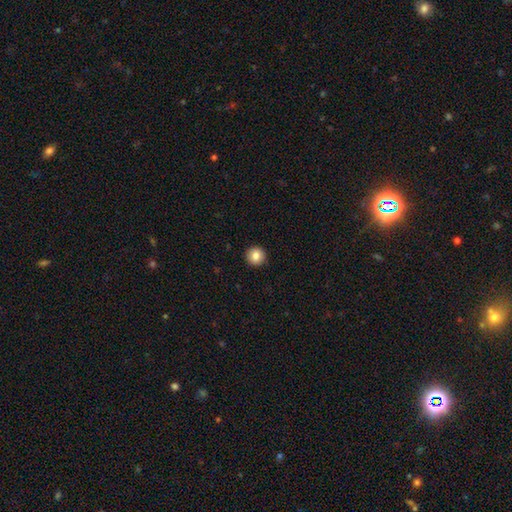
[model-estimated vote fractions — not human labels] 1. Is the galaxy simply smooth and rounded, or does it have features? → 86% smooth, 9% star or artifact, 5% featured or disk.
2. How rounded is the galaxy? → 95% round, 4% in between, 1% cigar-shaped.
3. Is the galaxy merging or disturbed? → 93% none, 4% minor disturbance, 1% major disturbance, 1% merger.